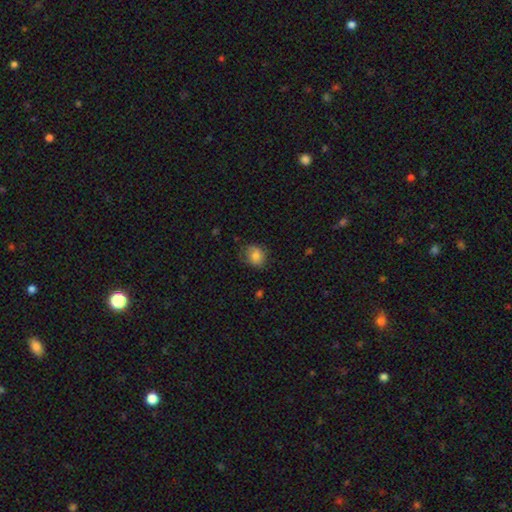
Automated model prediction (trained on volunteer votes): Q: Smooth or featured?
A: smooth (78%); runner-up: featured or disk (13%)
Q: How rounded?
A: round (63%); runner-up: in between (36%)
Q: Merging?
A: none (67%); runner-up: minor disturbance (24%)